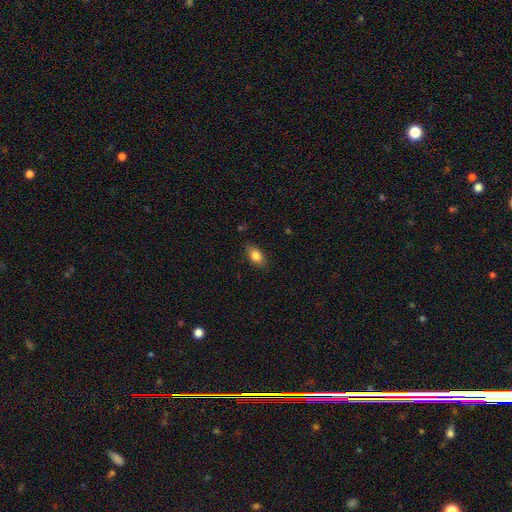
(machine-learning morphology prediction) smooth-or-featured: smooth: 81% | featured or disk: 11% | star or artifact: 8%
  how-rounded: in between: 85% | round: 9% | cigar-shaped: 6%
  merging: none: 81% | minor disturbance: 15% | major disturbance: 3% | merger: 1%